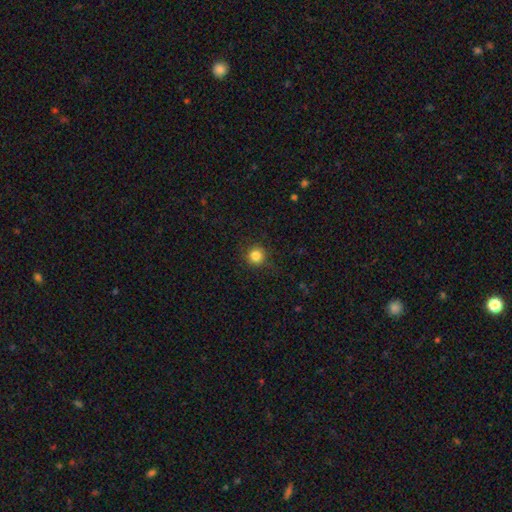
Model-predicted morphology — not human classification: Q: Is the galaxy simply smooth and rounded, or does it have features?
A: smooth — 84%.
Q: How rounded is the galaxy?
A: round — 95%.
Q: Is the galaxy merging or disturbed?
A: none — 89%.